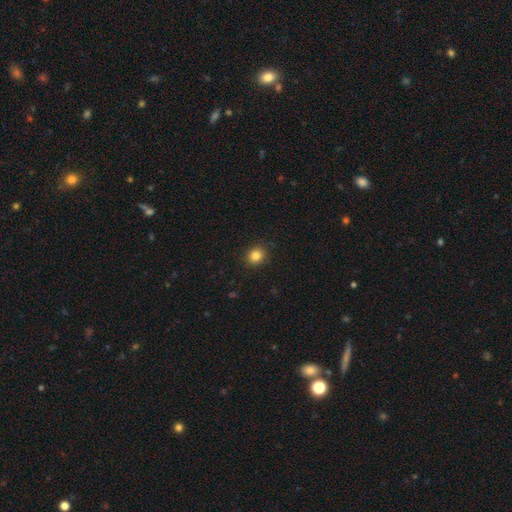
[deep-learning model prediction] Smooth or featured: smooth — 84% (star or artifact — 12%)
How rounded: round — 82% (in between — 17%)
Merging: none — 90% (minor disturbance — 7%)